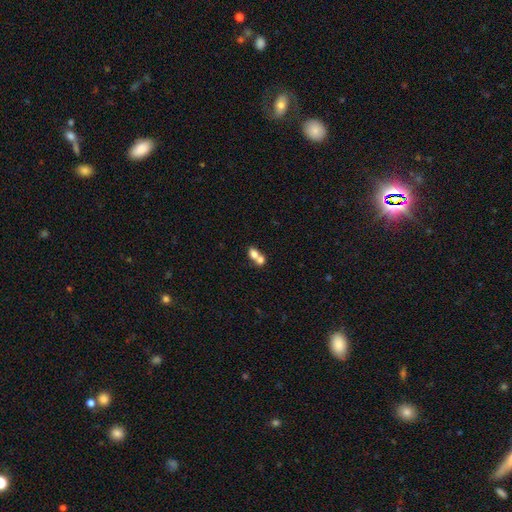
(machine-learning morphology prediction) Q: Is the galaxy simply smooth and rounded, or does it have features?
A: smooth — 73%.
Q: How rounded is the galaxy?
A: in between — 65%.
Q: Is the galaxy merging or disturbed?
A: merger — 68%.